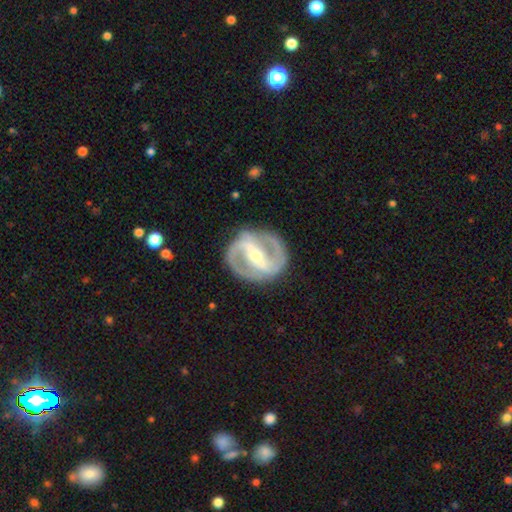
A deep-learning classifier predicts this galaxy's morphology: type=featured or disk (89%); edge-on=no (96%); bar=strong (72%); spiral arms=yes (91%); winding=medium (49%); arm count=2 (91%); bulge=small (53%); merging=none (85%).